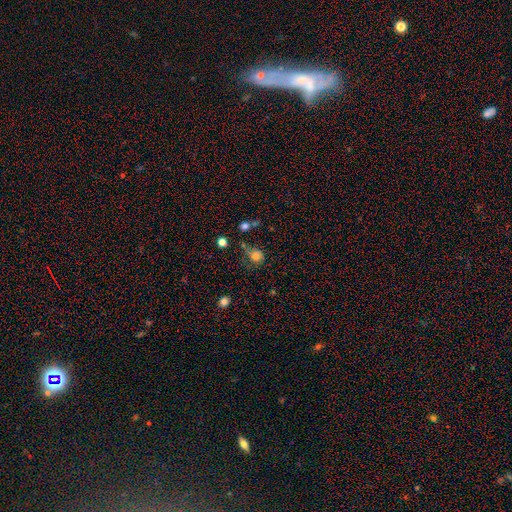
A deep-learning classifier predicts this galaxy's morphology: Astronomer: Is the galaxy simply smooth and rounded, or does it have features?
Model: smooth — 75%.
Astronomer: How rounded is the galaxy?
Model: round — 76%.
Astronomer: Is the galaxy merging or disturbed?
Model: none — 50% (runner-up: minor disturbance, 28%).